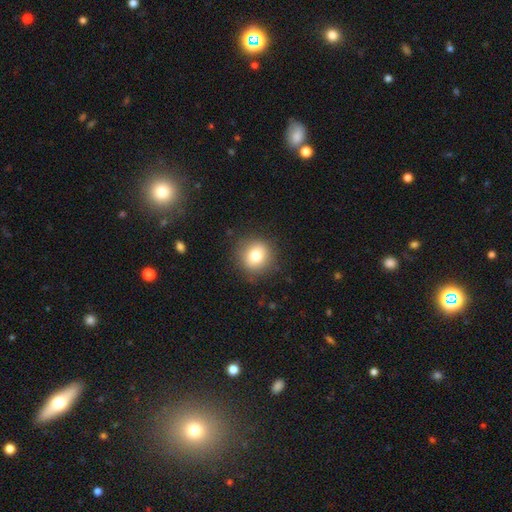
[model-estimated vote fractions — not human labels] This is likely a smooth galaxy (79%). How rounded: clearly round (88%). Merging: clearly none (88%).